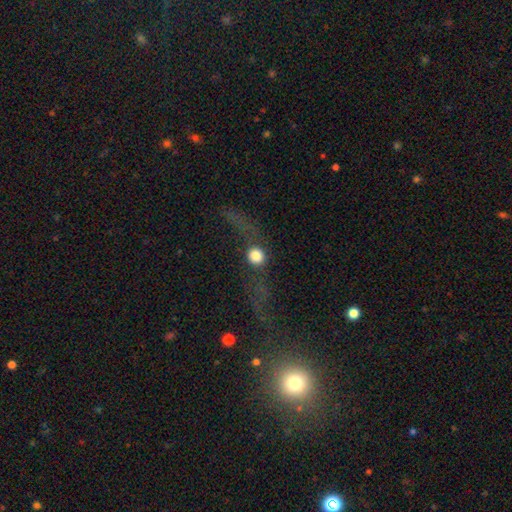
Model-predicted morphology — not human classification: Smooth or featured: smooth — 59% (featured or disk — 30%)
How rounded: round — 80% (in between — 14%)
Merging: none — 68% (major disturbance — 16%)